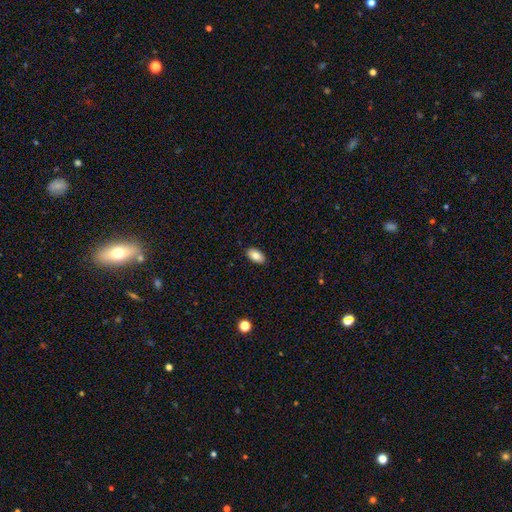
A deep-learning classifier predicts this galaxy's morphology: type=smooth (82%); roundness=in between (94%); merging=none (89%).